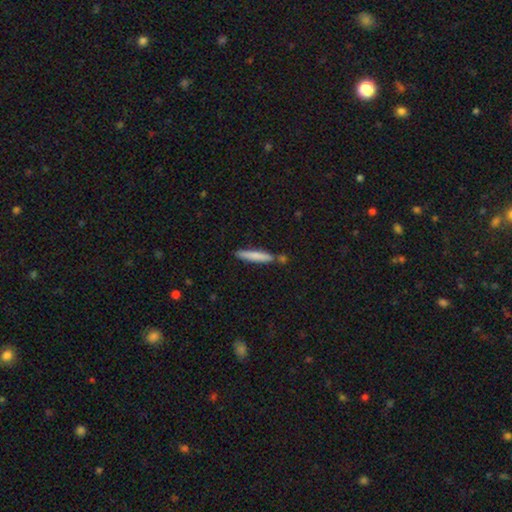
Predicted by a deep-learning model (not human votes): Smooth or featured? Predicted: smooth (p=0.76). How rounded? Predicted: cigar-shaped (p=0.93). Merging? Predicted: none (p=0.76).